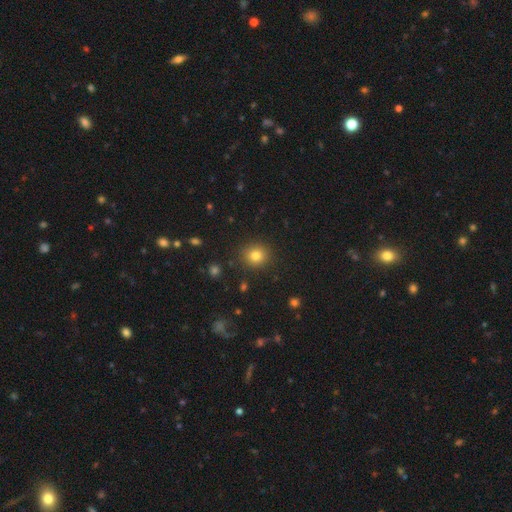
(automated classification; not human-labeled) Smooth or featured? smooth (80%)
How rounded? round (87%)
Merging? none (90%)